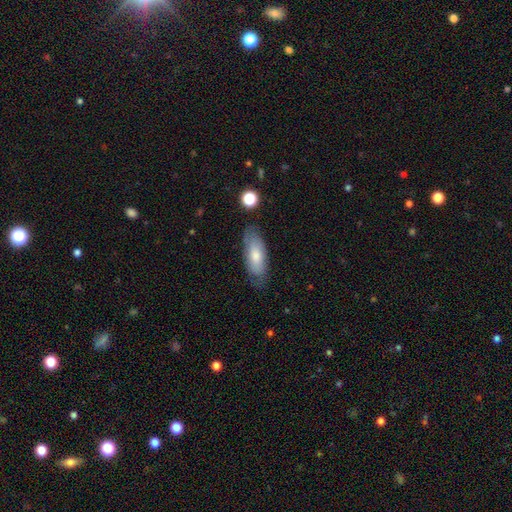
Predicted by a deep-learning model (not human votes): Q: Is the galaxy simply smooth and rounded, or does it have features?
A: smooth — 67%.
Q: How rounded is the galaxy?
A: in between — 80%.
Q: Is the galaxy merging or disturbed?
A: none — 72%.